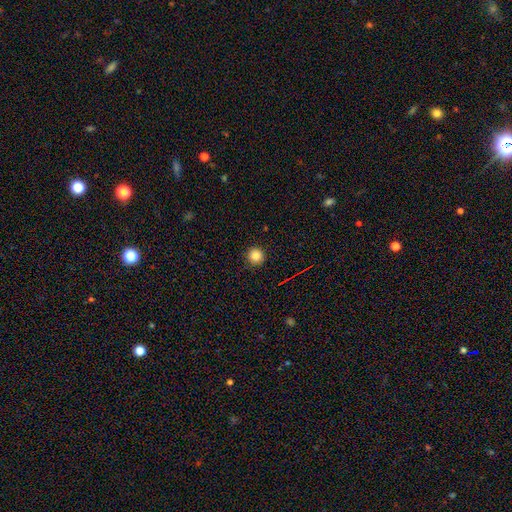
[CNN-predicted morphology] This appears to be a smooth galaxy with no disk features (84%) that is round (95%). Merging: none (91%).